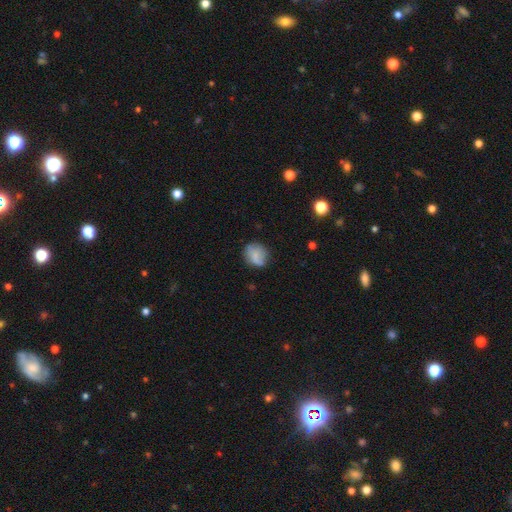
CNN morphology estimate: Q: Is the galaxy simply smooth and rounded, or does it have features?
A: smooth — 76%.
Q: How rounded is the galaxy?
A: round — 64%.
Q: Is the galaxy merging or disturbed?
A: none — 69%.